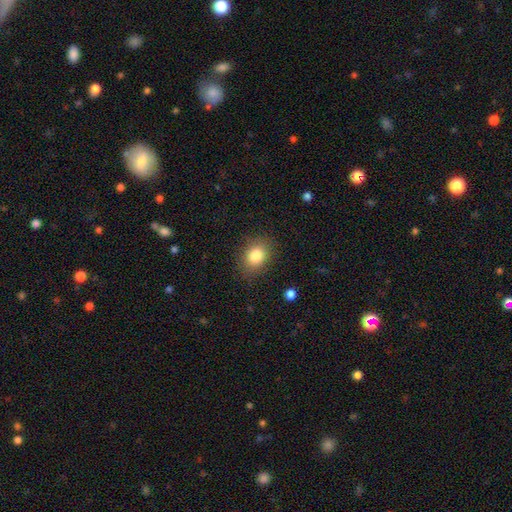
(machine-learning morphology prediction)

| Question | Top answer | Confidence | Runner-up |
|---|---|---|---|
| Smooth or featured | smooth | 83% | star or artifact (10%) |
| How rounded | in between | 58% | round (41%) |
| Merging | none | 83% | minor disturbance (12%) |